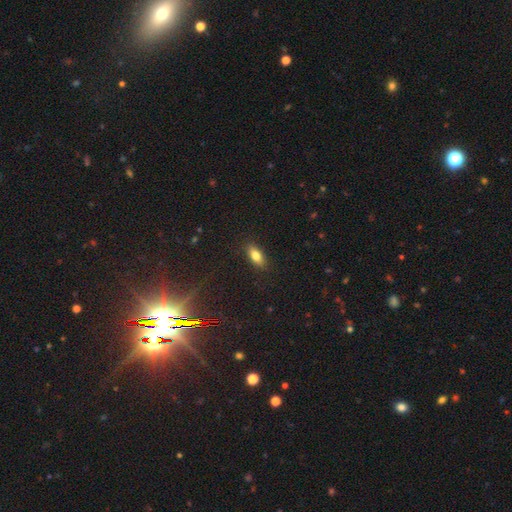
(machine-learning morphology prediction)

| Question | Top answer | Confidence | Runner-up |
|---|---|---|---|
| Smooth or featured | smooth | 77% | featured or disk (15%) |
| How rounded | in between | 80% | cigar-shaped (17%) |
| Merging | none | 88% | minor disturbance (9%) |